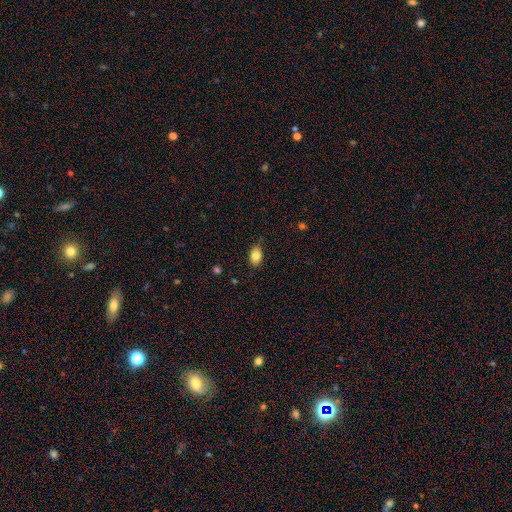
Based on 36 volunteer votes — Volunteers were most divided on "merging": none: 79%, minor disturbance: 15%, major disturbance: 6%, merger: 0%. More confident: how rounded — in between (87%); smooth or featured — smooth (83%).